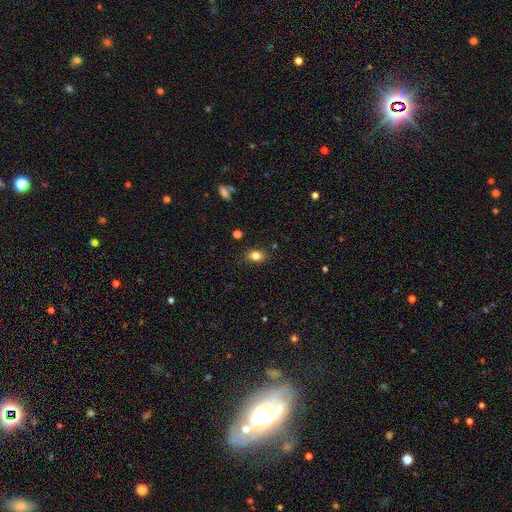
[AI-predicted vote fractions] Q: Smooth or featured?
A: smooth (83%); runner-up: star or artifact (10%)
Q: How rounded?
A: in between (77%); runner-up: round (21%)
Q: Merging?
A: none (86%); runner-up: minor disturbance (10%)